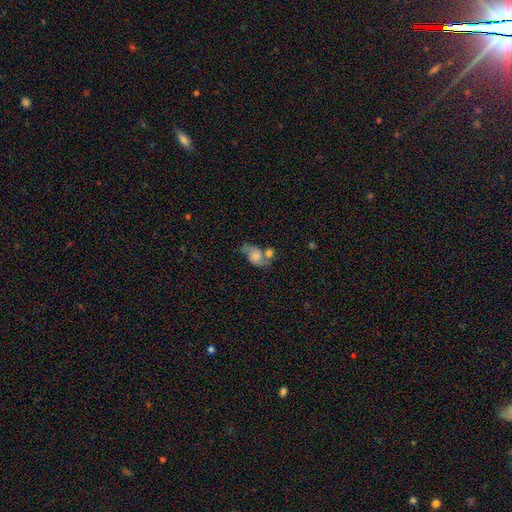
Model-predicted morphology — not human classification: Smooth or featured: featured or disk — 61% (smooth — 30%)
Edge-on disk: no — 96% (yes — 4%)
Bar: no — 72% (weak — 24%)
Spiral arms: yes — 87% (no — 13%)
Spiral winding: loose — 51% (medium — 37%)
Spiral arm count: 2 — 87% (can't tell — 5%)
Bulge size: moderate — 35% (tied with small — 35%)
Merging: none — 34% (tied with merger — 34%)